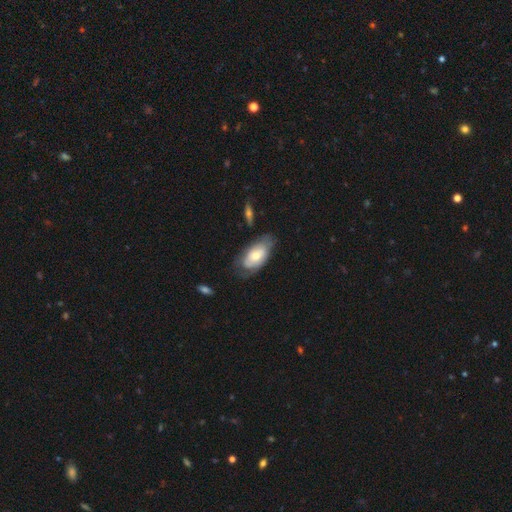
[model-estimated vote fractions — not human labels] Smooth or featured: smooth — 50% (featured or disk — 44%)
How rounded: in between — 92% (cigar-shaped — 5%)
Merging: none — 60% (minor disturbance — 26%)